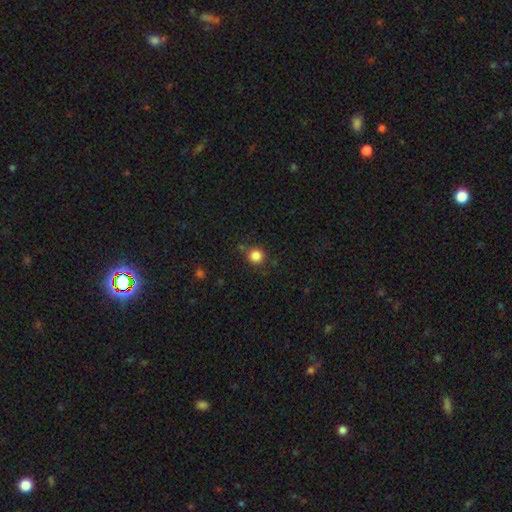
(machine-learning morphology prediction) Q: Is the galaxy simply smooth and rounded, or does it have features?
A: smooth — 84%.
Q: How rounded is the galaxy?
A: round — 93%.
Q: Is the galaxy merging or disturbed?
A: none — 82%.